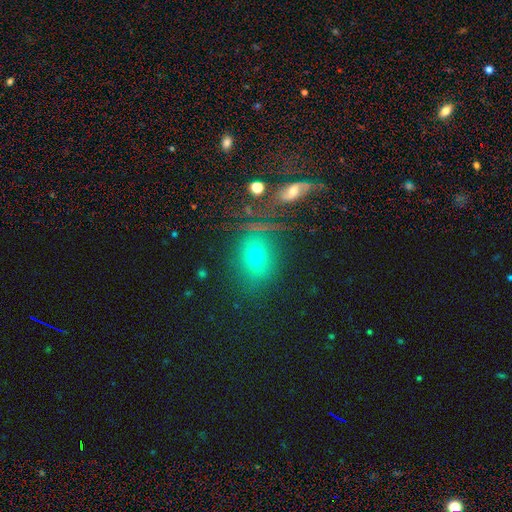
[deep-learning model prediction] A smooth galaxy with no disk features (64%) that is round (49%).

Vote fractions:
- Smooth or featured? smooth: 64% / star or artifact: 21% / featured or disk: 16%
- How rounded? round: 49% / in between: 48% / cigar-shaped: 3%
- Merging? none: 70% / minor disturbance: 14% / merger: 9% / major disturbance: 8%